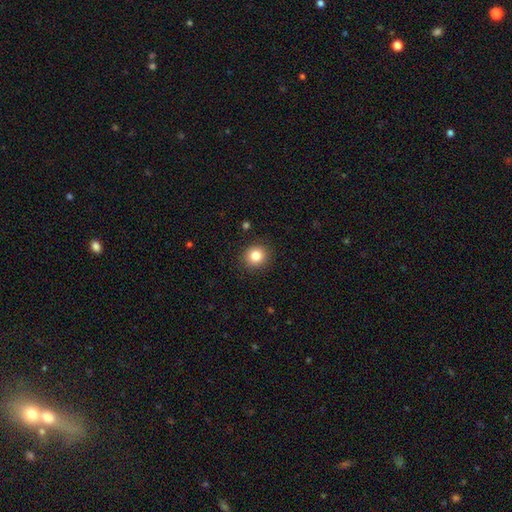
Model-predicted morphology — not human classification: Overall: smooth (83%). How rounded: round (88%). Merging: none (91%).